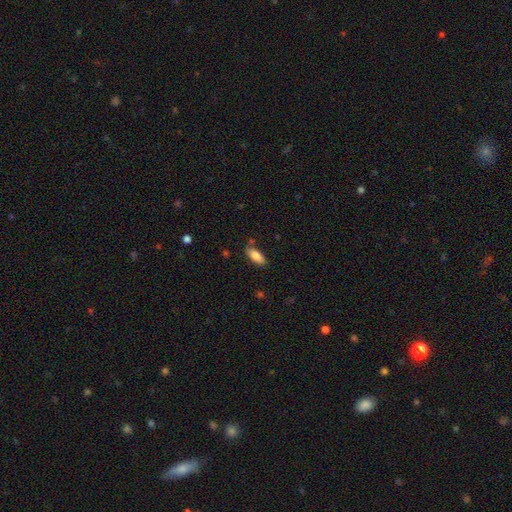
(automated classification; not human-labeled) Morphology: type=smooth (82%); roundness=in between (82%); merging=none (78%).